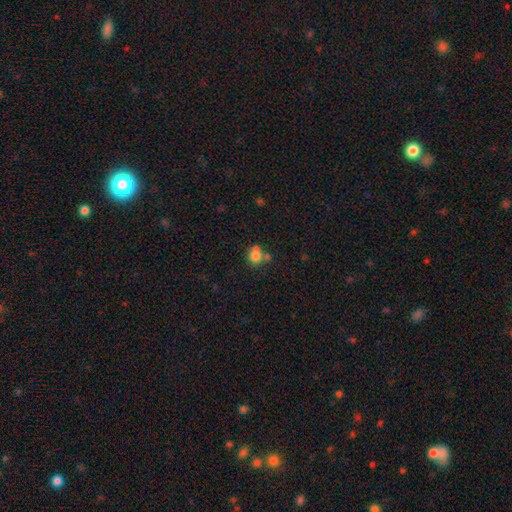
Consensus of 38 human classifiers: smooth-or-featured: smooth: 82% | star or artifact: 11% | featured or disk: 8%
  how-rounded: round: 94% | in between: 6% | cigar-shaped: 0%
  merging: none: 76% | merger: 15% | minor disturbance: 6% | major disturbance: 3%